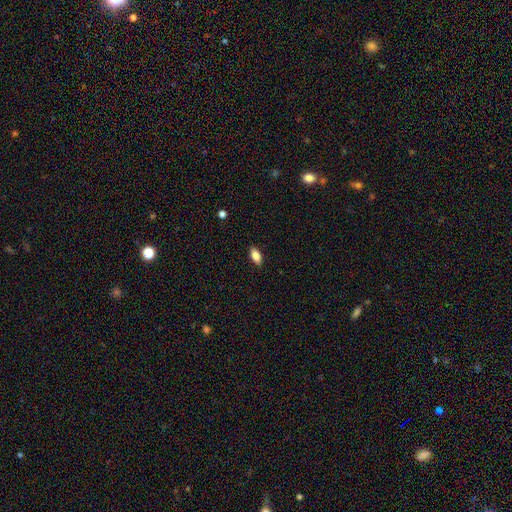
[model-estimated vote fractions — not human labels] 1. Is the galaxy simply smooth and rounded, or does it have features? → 79% smooth, 13% featured or disk, 8% star or artifact.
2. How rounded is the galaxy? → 87% in between, 10% cigar-shaped, 4% round.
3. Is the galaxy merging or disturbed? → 88% none, 9% minor disturbance, 2% major disturbance, 1% merger.